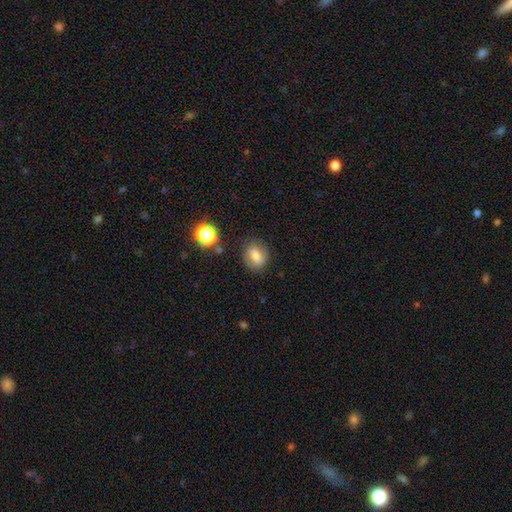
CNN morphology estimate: smooth 65%, featured or disk 24%, star or artifact 11%. Down the decision tree: how rounded — in between (50%); merging — none (78%).